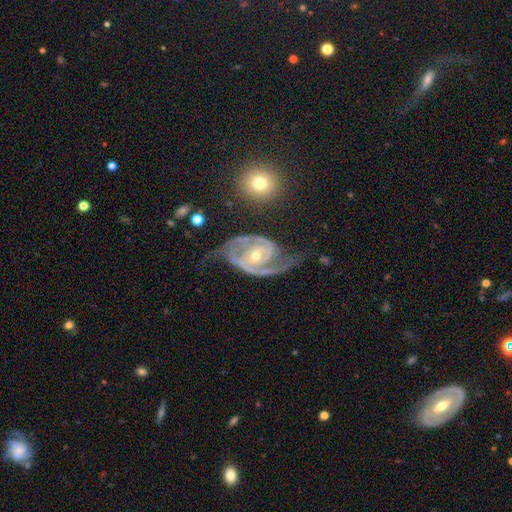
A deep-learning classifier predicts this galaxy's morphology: Smooth or featured? Predicted: featured or disk (p=0.92). Edge-on disk? Predicted: no (p=0.97). Bar? Predicted: no (p=0.58). Spiral arms? Predicted: yes (p=0.98). Spiral winding? Predicted: medium (p=0.48). Spiral arm count? Predicted: 2 (p=0.84). Bulge size? Predicted: small (p=0.52). Merging? Predicted: none (p=0.57).